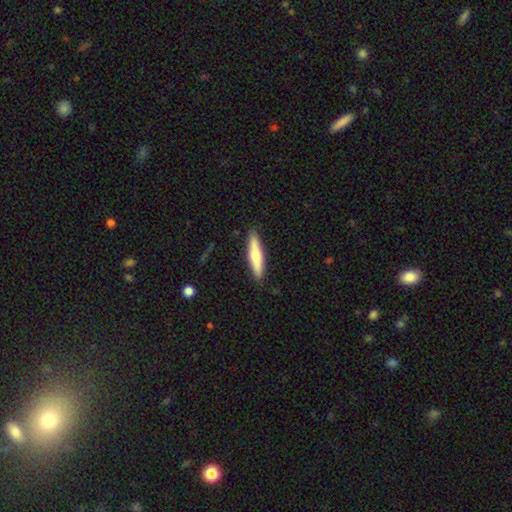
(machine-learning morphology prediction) This appears to be a smooth galaxy with no disk features (61%) that is cigar-shaped (85%). Merging: none (89%).